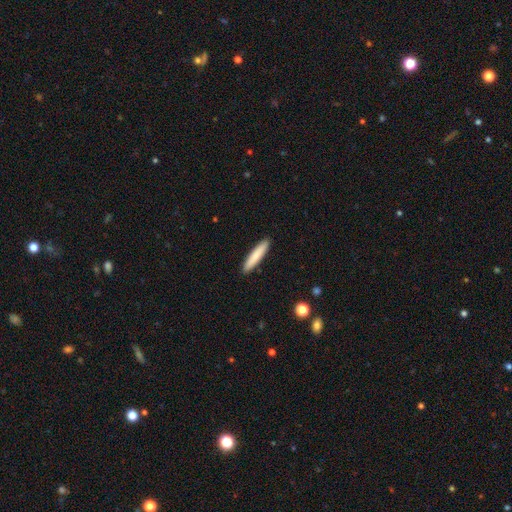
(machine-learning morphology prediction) Q: Smooth or featured?
A: smooth (82%); runner-up: featured or disk (13%)
Q: How rounded?
A: cigar-shaped (90%); runner-up: in between (9%)
Q: Merging?
A: none (91%); runner-up: minor disturbance (6%)